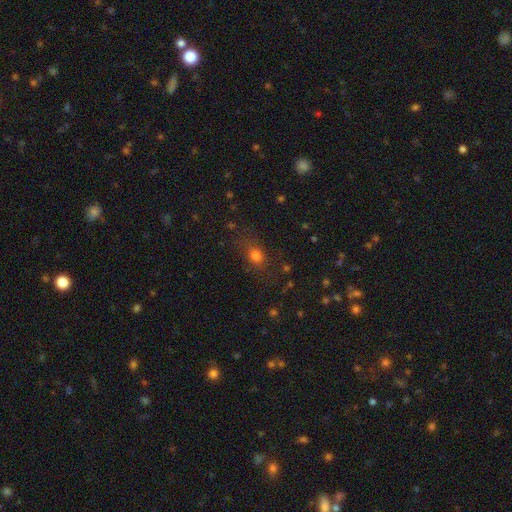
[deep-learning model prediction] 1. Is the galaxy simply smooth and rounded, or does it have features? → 75% smooth, 16% star or artifact, 9% featured or disk.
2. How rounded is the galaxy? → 50% in between, 46% round, 4% cigar-shaped.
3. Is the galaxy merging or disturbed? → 72% none, 16% minor disturbance, 9% major disturbance, 2% merger.